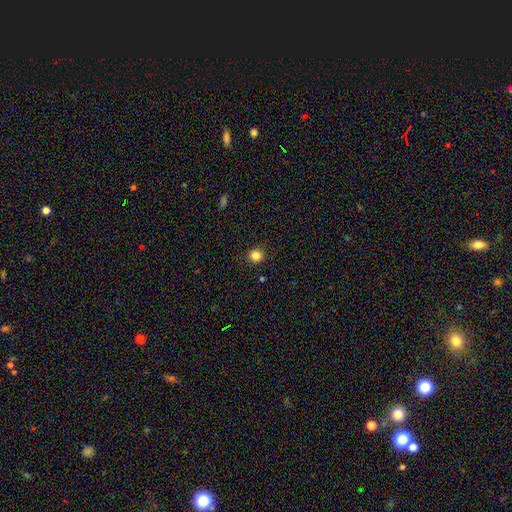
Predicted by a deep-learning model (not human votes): Smooth or featured: smooth — 83% (star or artifact — 12%)
How rounded: round — 92% (in between — 8%)
Merging: none — 91% (minor disturbance — 6%)